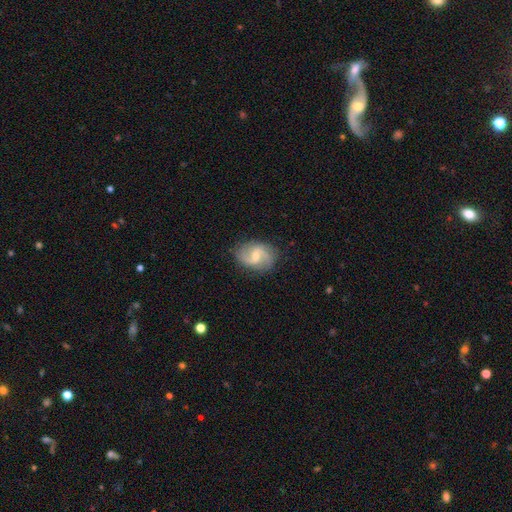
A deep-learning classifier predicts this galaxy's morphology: The model was most divided on "spiral winding": medium: 44%, loose: 43%, tight: 13%. More confident: edge-on disk — no (98%); spiral arms — yes (95%); spiral arm count — 2 (89%); smooth or featured — featured or disk (81%); merging — none (80%); bar — weak (57%); bulge size — moderate (51%).